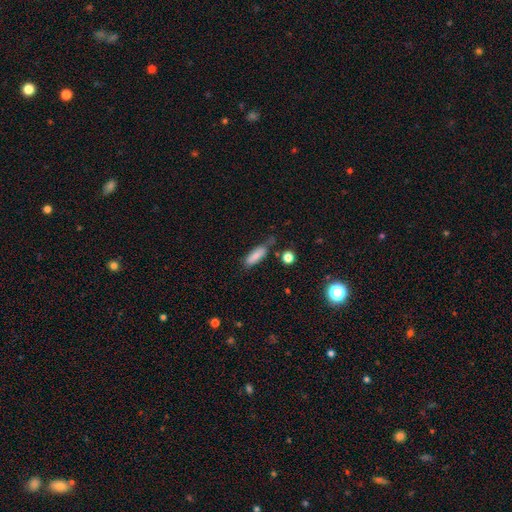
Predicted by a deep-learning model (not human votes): Smooth or featured? Predicted: smooth (p=0.81). How rounded? Predicted: in between (p=0.54). Merging? Predicted: none (p=0.56).